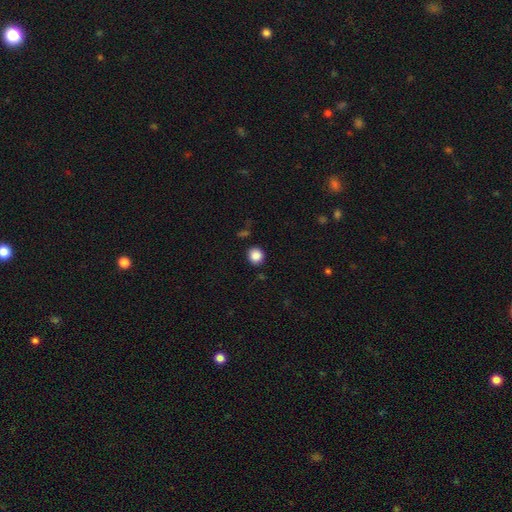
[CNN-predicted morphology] A smooth galaxy with no disk features (87%) that is round (86%). Merging: none (87%).